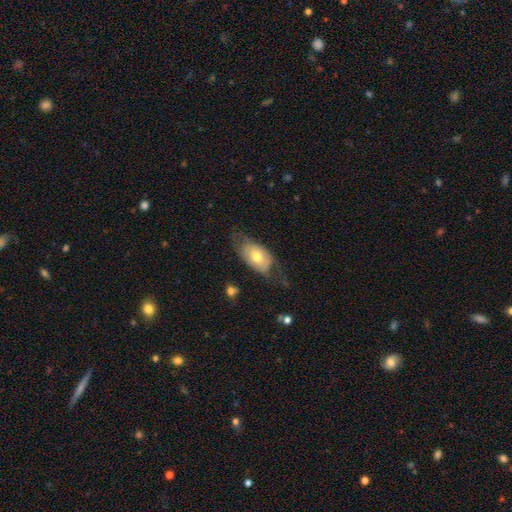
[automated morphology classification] Smooth or featured?
  - smooth: 55% *
  - featured or disk: 38%
  - star or artifact: 7%
How rounded?
  - in between: 89% *
  - round: 8%
  - cigar-shaped: 3%
Merging?
  - none: 44% *
  - minor disturbance: 31%
  - major disturbance: 23%
  - merger: 2%